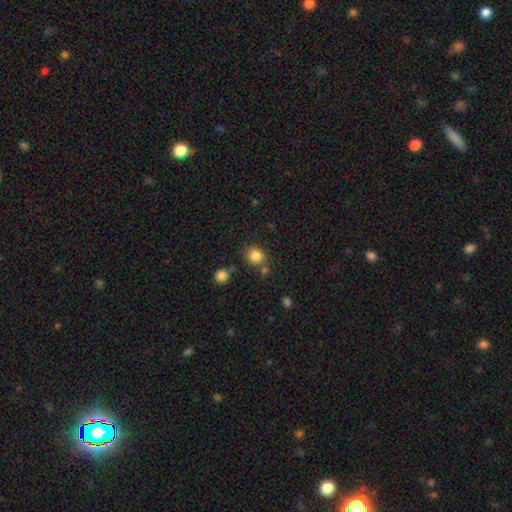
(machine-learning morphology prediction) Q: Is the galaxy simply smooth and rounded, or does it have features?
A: smooth — 84%.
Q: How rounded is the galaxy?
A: round — 78%.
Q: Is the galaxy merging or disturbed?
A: none — 73%.